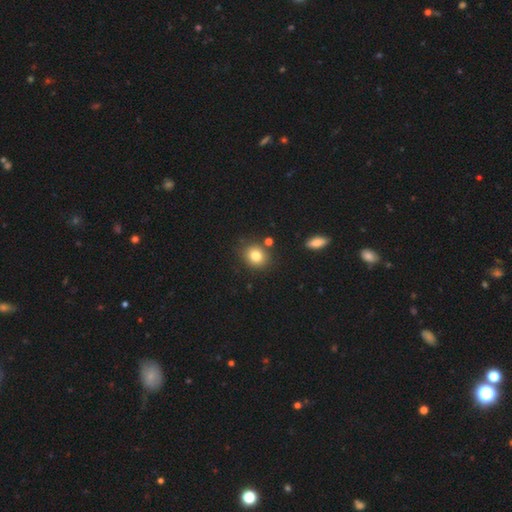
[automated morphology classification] This is clearly a smooth galaxy (81%). How rounded: likely round (76%). Merging: clearly none (82%).